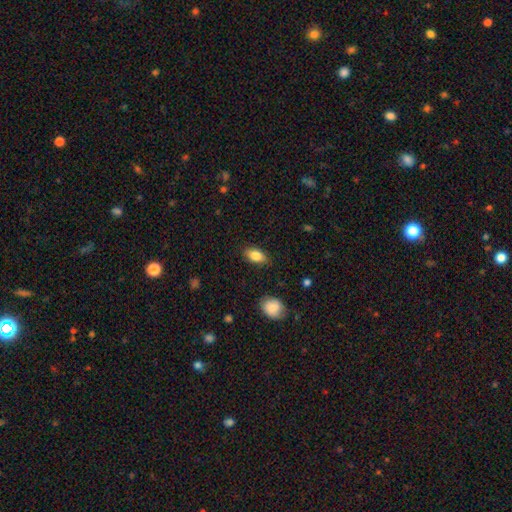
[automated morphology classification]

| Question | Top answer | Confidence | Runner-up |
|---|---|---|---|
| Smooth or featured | smooth | 83% | featured or disk (10%) |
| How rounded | in between | 89% | round (7%) |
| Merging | none | 85% | minor disturbance (11%) |